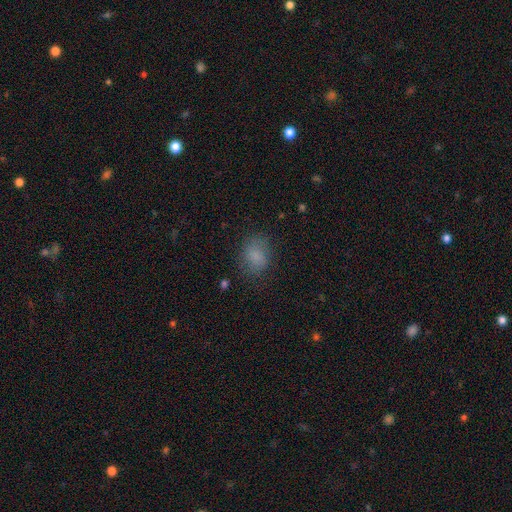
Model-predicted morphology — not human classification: A smooth galaxy with no disk features (81%) that is in between round and cigar-shaped (54%). Merging: none (74%).